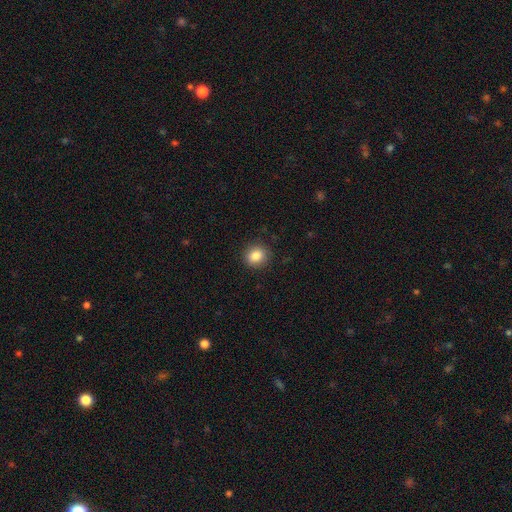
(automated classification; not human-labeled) smooth-or-featured: smooth: 85% | star or artifact: 10% | featured or disk: 5%
  how-rounded: round: 81% | in between: 18% | cigar-shaped: 1%
  merging: none: 89% | minor disturbance: 8% | major disturbance: 2% | merger: 1%